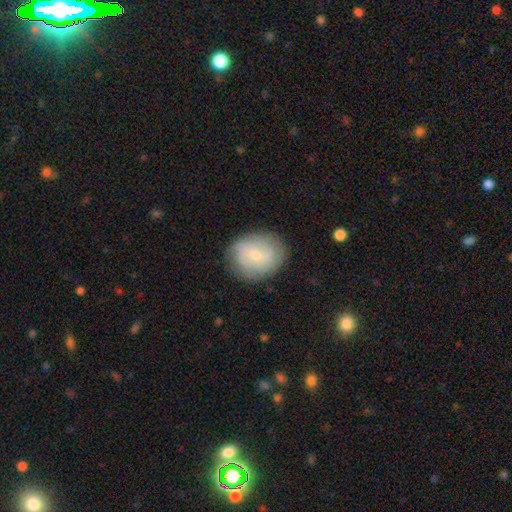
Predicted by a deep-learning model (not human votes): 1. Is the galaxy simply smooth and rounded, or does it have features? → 50% featured or disk, 43% smooth, 7% star or artifact.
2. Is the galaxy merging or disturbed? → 78% none, 16% minor disturbance, 5% major disturbance, 1% merger.